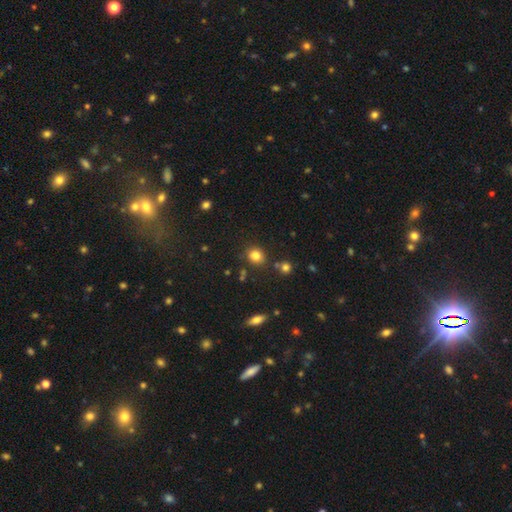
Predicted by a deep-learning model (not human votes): Overall: smooth (81%). How rounded: round (70%). Merging: none (80%).